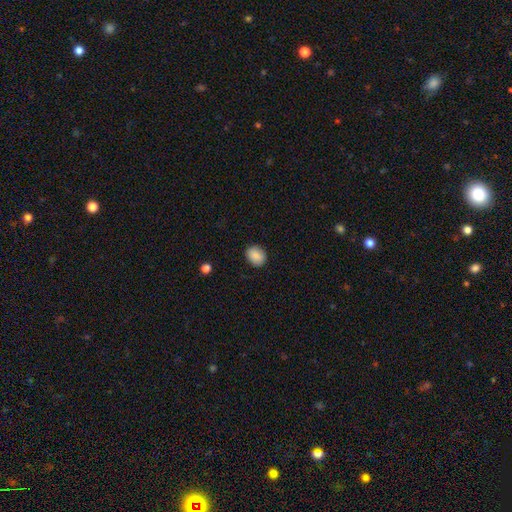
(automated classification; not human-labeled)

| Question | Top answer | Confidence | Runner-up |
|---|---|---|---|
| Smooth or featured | smooth | 88% | star or artifact (8%) |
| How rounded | round | 54% | in between (45%) |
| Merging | none | 87% | minor disturbance (10%) |